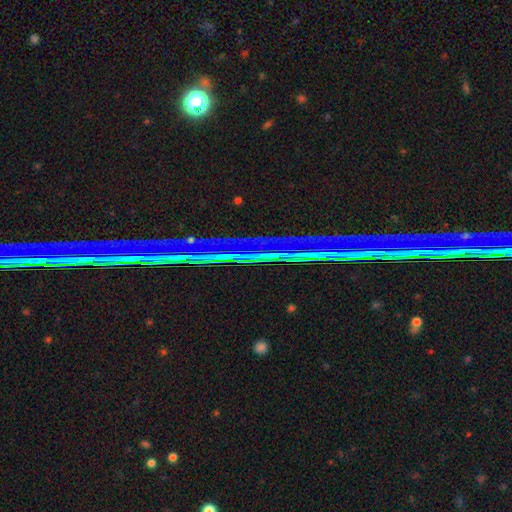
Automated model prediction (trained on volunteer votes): Smooth or featured?
  - star or artifact: 84% *
  - featured or disk: 9%
  - smooth: 7%